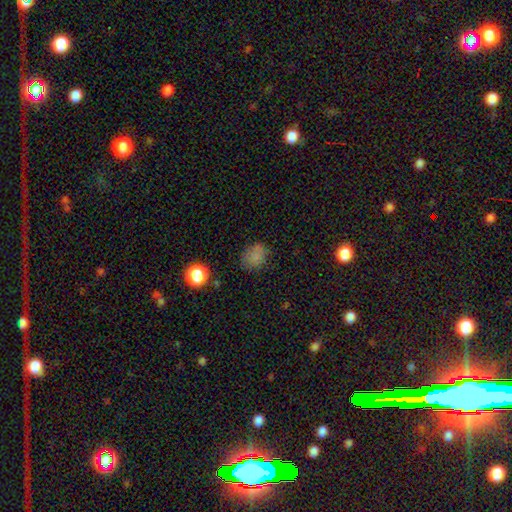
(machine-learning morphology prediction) Overall: smooth (76%). How rounded: in between (51%; round 48%). Merging: none (72%).